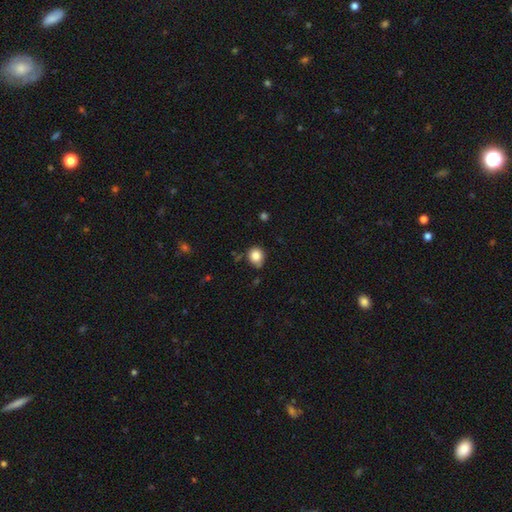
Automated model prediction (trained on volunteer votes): smooth-or-featured: smooth: 84% | star or artifact: 10% | featured or disk: 6%
  how-rounded: round: 75% | in between: 24% | cigar-shaped: 1%
  merging: none: 71% | minor disturbance: 22% | major disturbance: 4% | merger: 4%